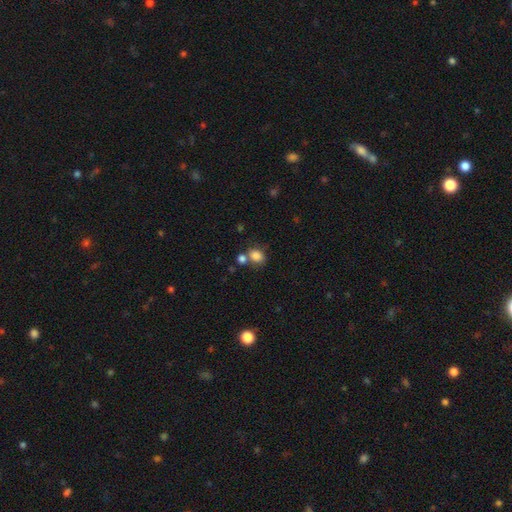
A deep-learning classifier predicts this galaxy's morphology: A smooth galaxy with no disk features (83%) that is in between round and cigar-shaped (61%). Merging: none (52%).